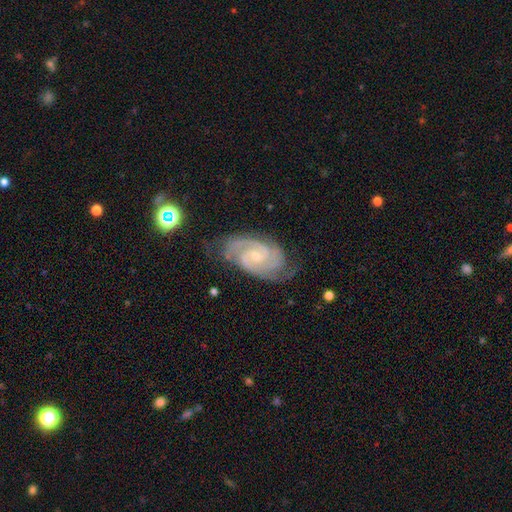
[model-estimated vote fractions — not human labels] smooth-or-featured: featured or disk: 92% | star or artifact: 5% | smooth: 3%
  disk-edge-on: no: 97% | yes: 3%
    bar: no: 52% | weak: 38% | strong: 10%
    has-spiral-arms: yes: 99% | no: 1%
      spiral-winding: tight: 66% | medium: 31% | loose: 3%
      spiral-arm-count: 2: 70% | 3: 16% | can't tell: 5% | 4: 4% | more than 4: 2% | 1: 2%
    bulge-size: small: 72% | moderate: 22% | none: 4% | large: 1% | dominant: 1%
  merging: none: 75% | minor disturbance: 18% | major disturbance: 5% | merger: 2%